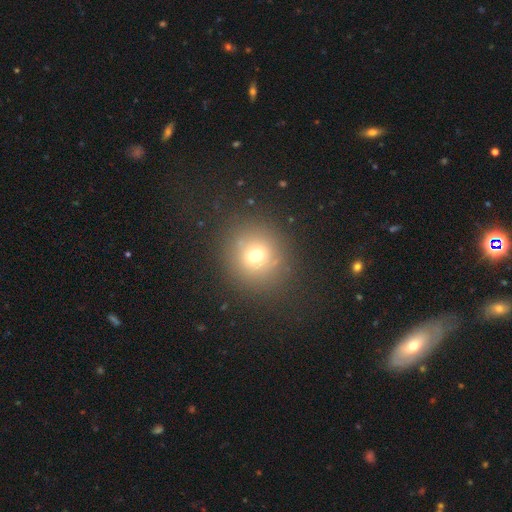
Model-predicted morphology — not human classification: smooth_or_featured: smooth (p=0.68) [alt: star or artifact p=0.19]
how_rounded: round (p=0.88) [alt: in between p=0.12]
merging: none (p=0.83) [alt: minor disturbance p=0.10]